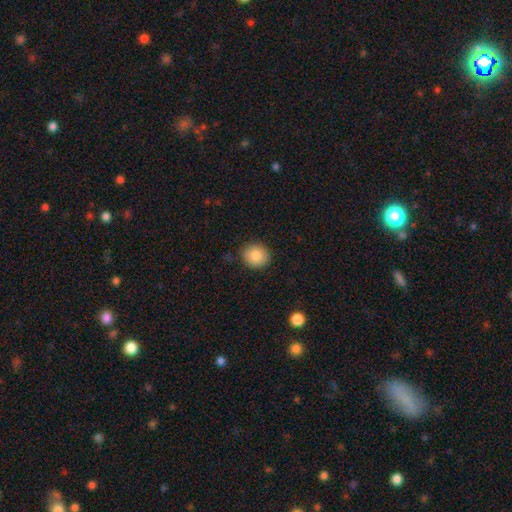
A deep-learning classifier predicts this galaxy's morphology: A smooth galaxy with no disk features (86%) that is round (81%). Merging: none (87%).